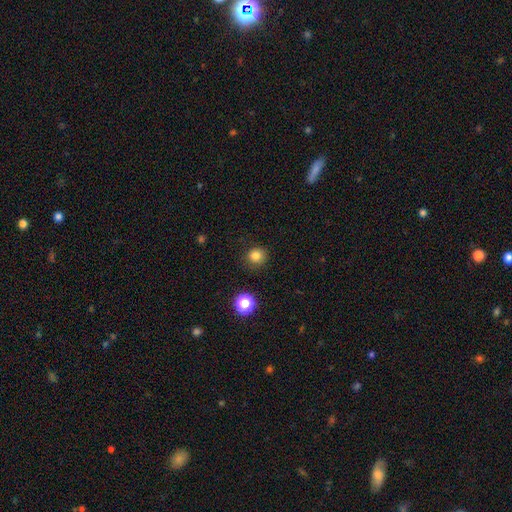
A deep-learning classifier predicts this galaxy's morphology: A smooth galaxy with no disk features (81%) that is round (90%). Merging: none (88%).